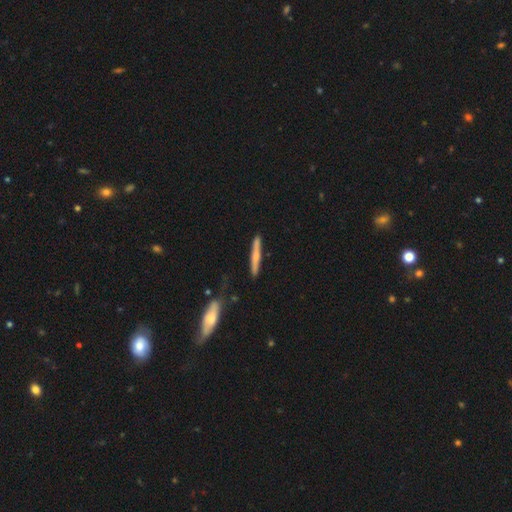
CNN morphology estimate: Smooth or featured? Predicted: smooth (p=0.55). How rounded? Predicted: cigar-shaped (p=0.94). Merging? Predicted: none (p=0.84).